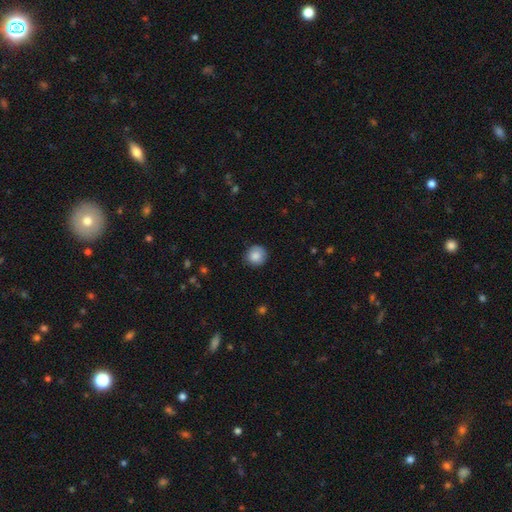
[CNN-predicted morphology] Smooth or featured? smooth (86%)
How rounded? round (93%)
Merging? none (86%)